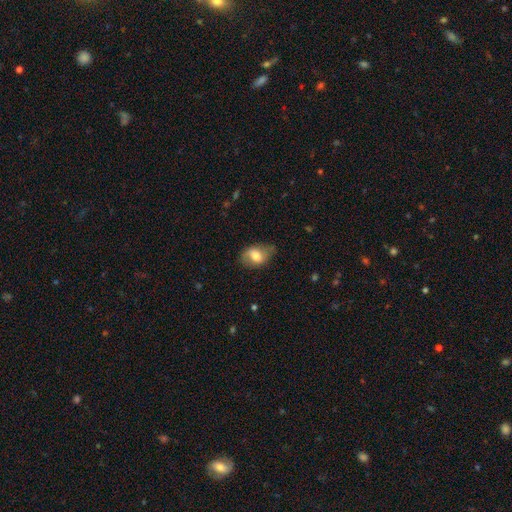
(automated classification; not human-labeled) Smooth or featured: smooth — 59% (featured or disk — 33%)
How rounded: in between — 75% (round — 24%)
Merging: none — 61% (minor disturbance — 28%)